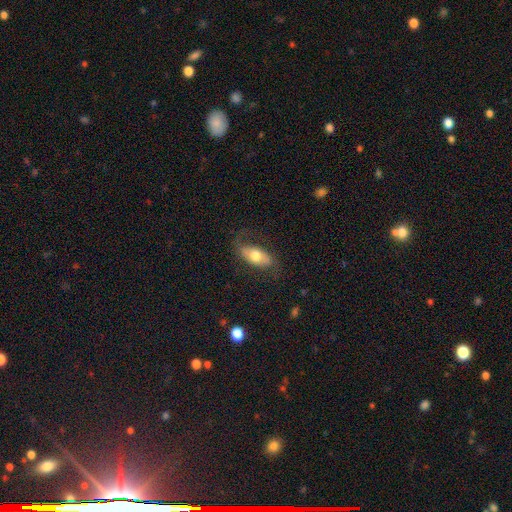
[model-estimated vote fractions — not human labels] A smooth galaxy with no disk features (52%) that is in between round and cigar-shaped (87%).

Vote fractions:
- Smooth or featured? smooth: 52% / featured or disk: 42% / star or artifact: 6%
- How rounded? in between: 87% / cigar-shaped: 8% / round: 4%
- Merging? none: 68% / minor disturbance: 19% / major disturbance: 12% / merger: 1%